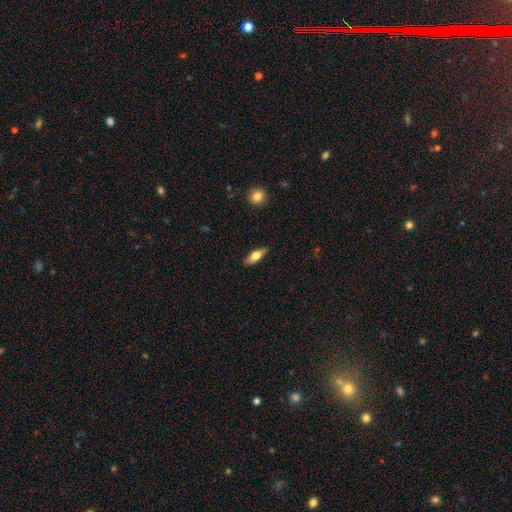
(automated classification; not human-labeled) This appears to be a smooth galaxy with no disk features (57%) that is in between round and cigar-shaped (58%). Merging: none (86%).